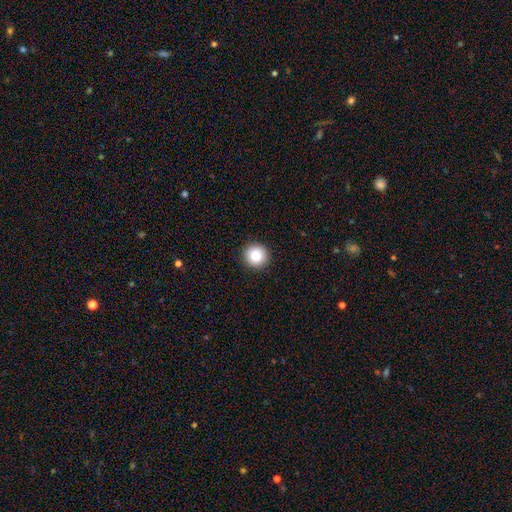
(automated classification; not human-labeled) smooth-or-featured: smooth: 84% | star or artifact: 10% | featured or disk: 7%
  how-rounded: round: 95% | in between: 4% | cigar-shaped: 1%
  merging: none: 93% | minor disturbance: 4% | major disturbance: 2% | merger: 1%